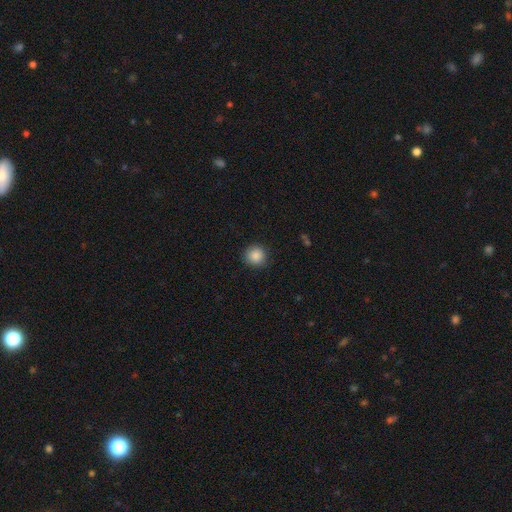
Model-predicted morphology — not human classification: smooth 87%, star or artifact 9%, featured or disk 4%. Down the decision tree: how rounded — round (93%); merging — none (89%).